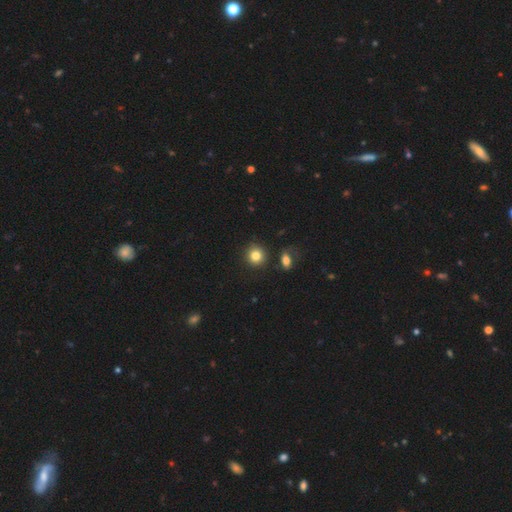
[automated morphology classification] A smooth galaxy with no disk features (82%) that is round (88%). Merging: none (83%).